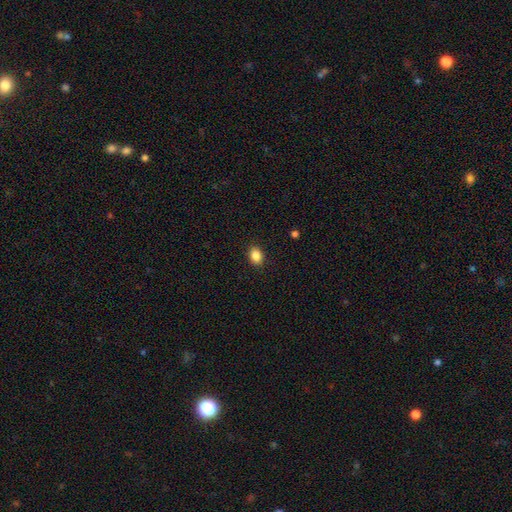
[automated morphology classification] This is clearly a smooth galaxy (86%). How rounded: likely in between (63%). Merging: clearly none (89%).